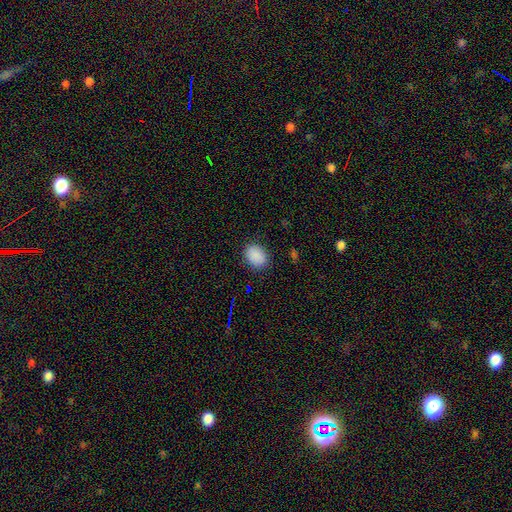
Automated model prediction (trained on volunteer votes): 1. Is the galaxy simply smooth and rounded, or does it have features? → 89% smooth, 8% star or artifact, 3% featured or disk.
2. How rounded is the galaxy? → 66% in between, 33% round, 1% cigar-shaped.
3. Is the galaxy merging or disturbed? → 86% none, 10% minor disturbance, 3% major disturbance, 1% merger.